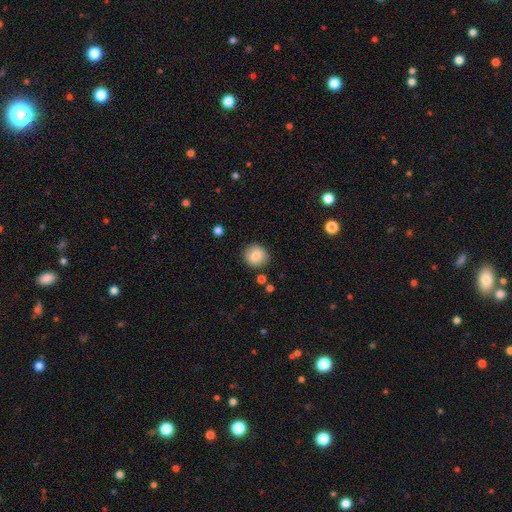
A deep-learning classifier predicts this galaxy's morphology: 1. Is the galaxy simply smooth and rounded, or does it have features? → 82% smooth, 10% featured or disk, 9% star or artifact.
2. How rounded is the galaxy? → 88% round, 11% in between, 1% cigar-shaped.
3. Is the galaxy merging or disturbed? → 89% none, 7% minor disturbance, 2% major disturbance, 2% merger.